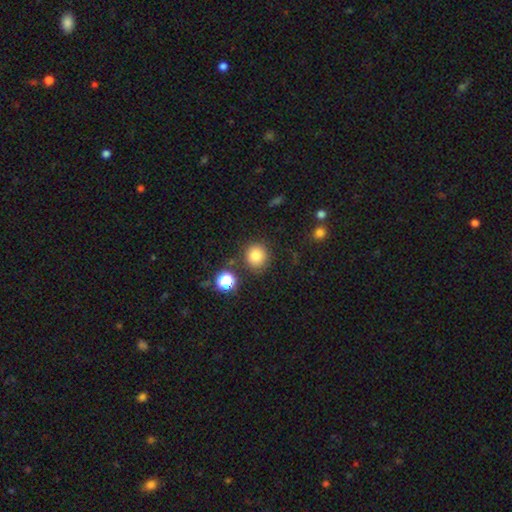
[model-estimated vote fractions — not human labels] Q: Smooth or featured?
A: smooth (82%); runner-up: star or artifact (13%)
Q: How rounded?
A: round (90%); runner-up: in between (9%)
Q: Merging?
A: none (84%); runner-up: minor disturbance (9%)